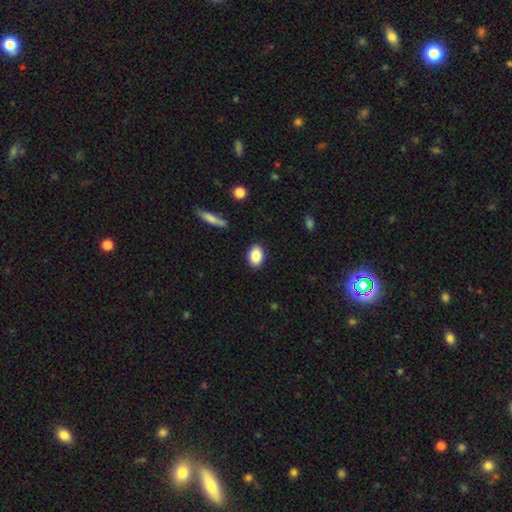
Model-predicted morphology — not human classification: Overall: smooth (86%). How rounded: in between (82%). Merging: none (89%).